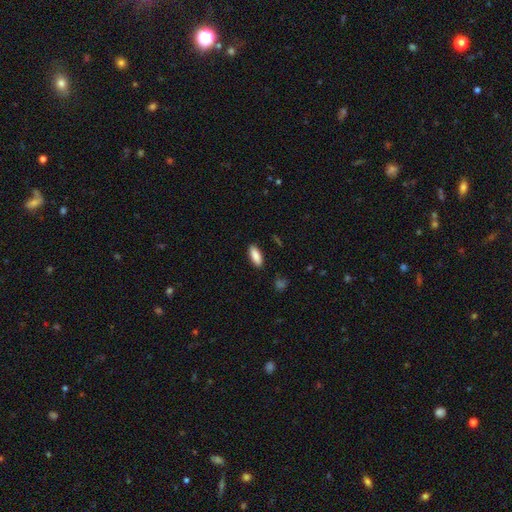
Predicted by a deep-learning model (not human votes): A smooth galaxy with no disk features (88%) that is in between round and cigar-shaped (74%). Merging: none (88%).